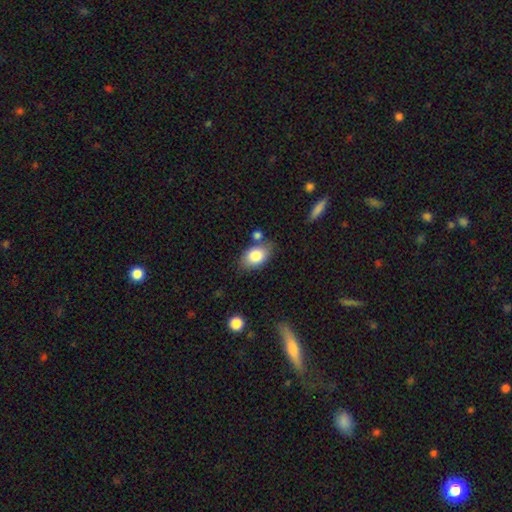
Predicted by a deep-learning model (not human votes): The model was most divided on "merging": none: 70%, minor disturbance: 16%, merger: 10%, major disturbance: 4%. More confident: how rounded — in between (86%); smooth or featured — smooth (82%).